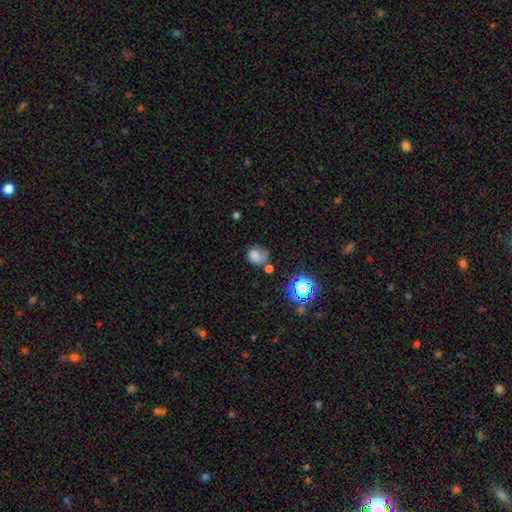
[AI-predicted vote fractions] A smooth galaxy with no disk features (65%) that is round (60%). Merging: none (41%).